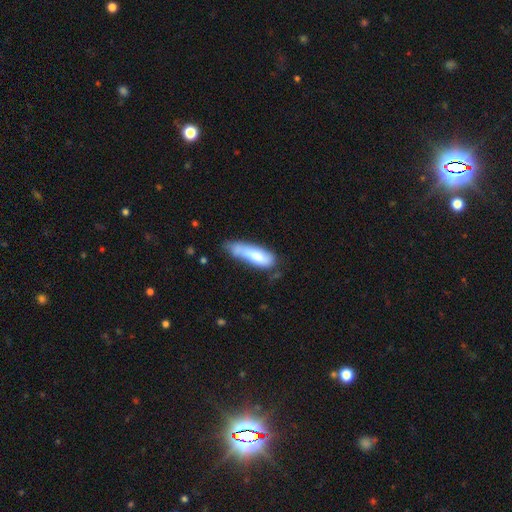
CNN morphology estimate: The model was most divided on "merging": none: 40%, minor disturbance: 35%, major disturbance: 16%, merger: 9%. More confident: smooth or featured — smooth (71%); how rounded — cigar-shaped (53%).